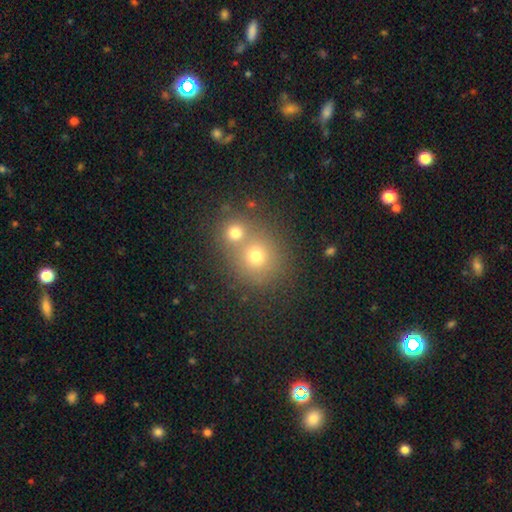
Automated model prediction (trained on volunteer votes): smooth 69%, star or artifact 17%, featured or disk 14%. Down the decision tree: how rounded — round (86%); merging — none (48%).